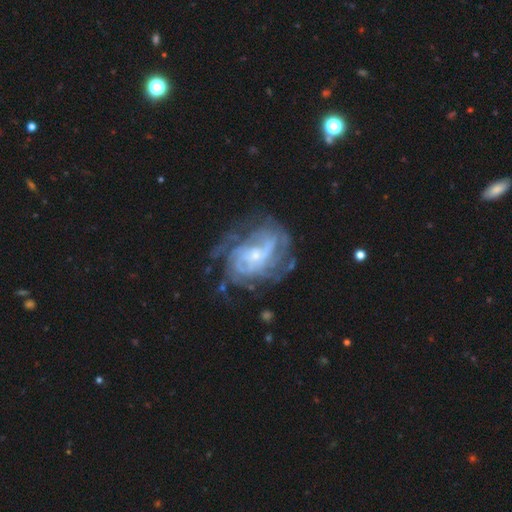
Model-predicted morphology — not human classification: type=featured or disk (86%); edge-on=no (97%); bar=no (64%); spiral arms=yes (93%); winding=tight (58%); arm count=can't tell (39%); bulge=small (69%); merging=none (60%).